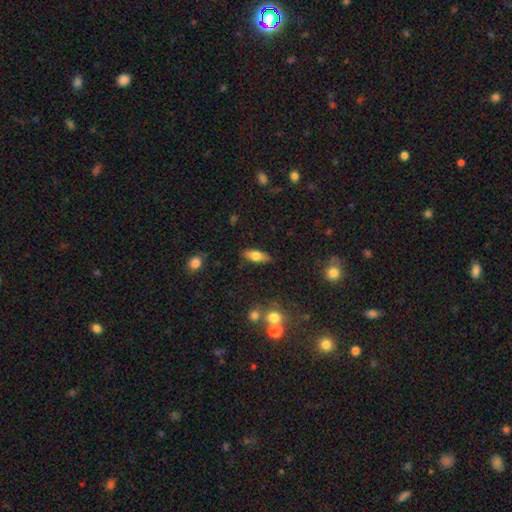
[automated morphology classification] Smooth or featured? smooth (72%)
How rounded? in between (75%)
Merging? none (83%)